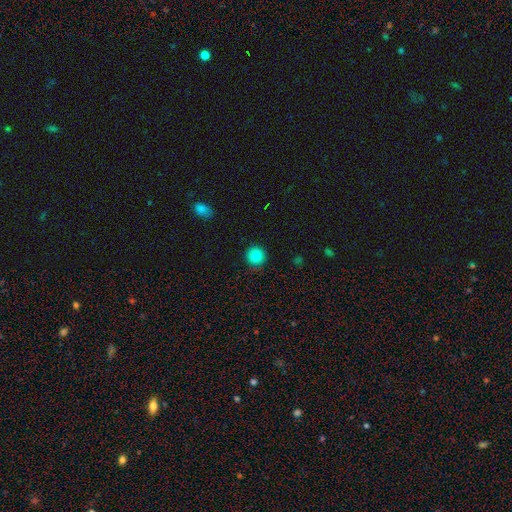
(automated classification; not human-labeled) Smooth or featured?
  - smooth: 85% *
  - star or artifact: 10%
  - featured or disk: 5%
How rounded?
  - round: 95% *
  - in between: 4%
  - cigar-shaped: 1%
Merging?
  - none: 91% *
  - minor disturbance: 6%
  - major disturbance: 2%
  - merger: 1%